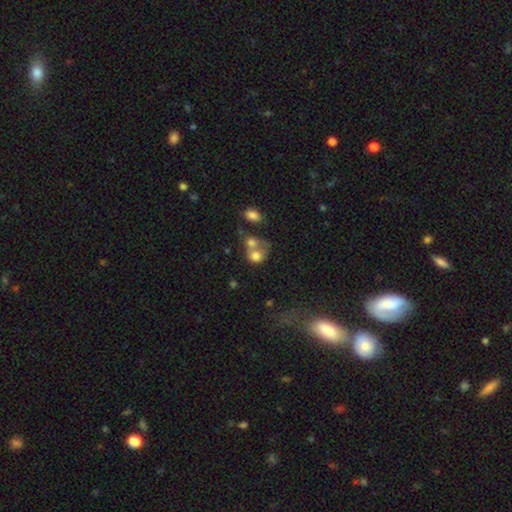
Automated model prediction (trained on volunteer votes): Overall: smooth (72%). How rounded: round (59%; in between 40%). Merging: merger (58%; none 22%).